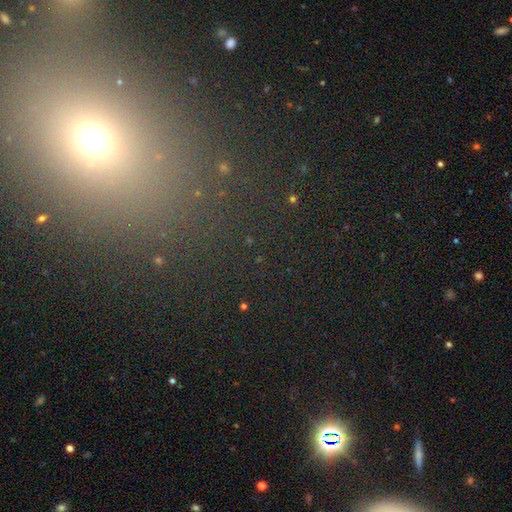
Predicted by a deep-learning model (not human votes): Smooth or featured?
  - star or artifact: 49% *
  - smooth: 41%
  - featured or disk: 10%